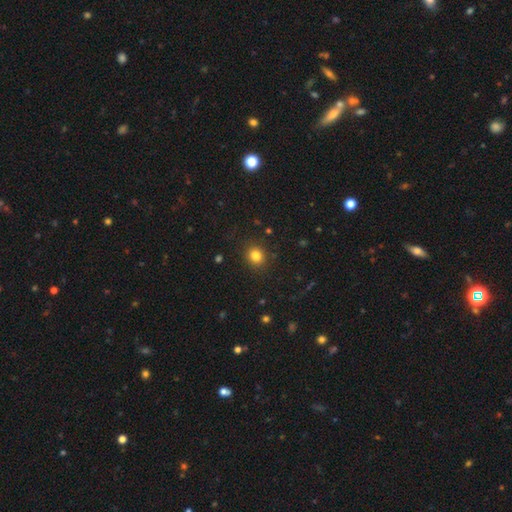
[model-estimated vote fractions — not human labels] Smooth or featured? Predicted: smooth (p=0.83). How rounded? Predicted: round (p=0.79). Merging? Predicted: none (p=0.89).